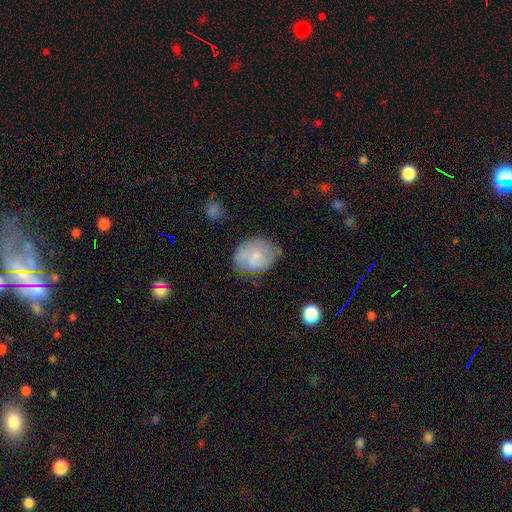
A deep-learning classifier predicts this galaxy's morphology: Q: Smooth or featured?
A: smooth (57%); runner-up: featured or disk (35%)
Q: How rounded?
A: round (50%); runner-up: in between (49%)
Q: Merging?
A: none (58%); runner-up: minor disturbance (28%)